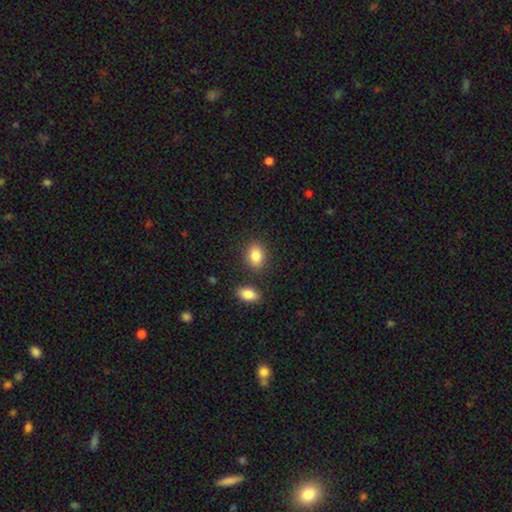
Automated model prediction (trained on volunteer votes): Smooth or featured? smooth (86%)
How rounded? in between (76%)
Merging? none (79%)